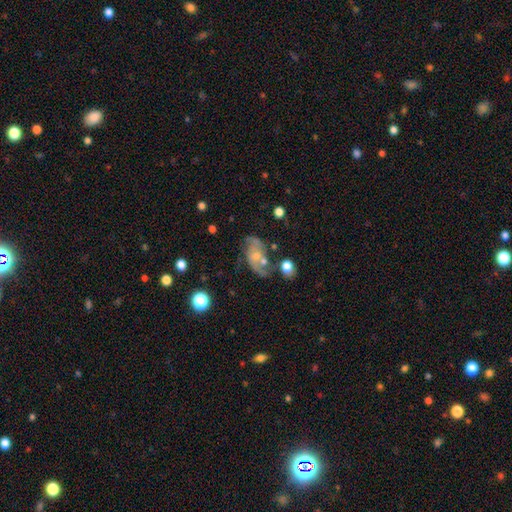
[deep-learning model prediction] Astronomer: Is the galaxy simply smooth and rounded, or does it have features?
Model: featured or disk — 71%.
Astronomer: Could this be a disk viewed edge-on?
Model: no — 96%.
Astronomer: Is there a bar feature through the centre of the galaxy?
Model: no — 68%.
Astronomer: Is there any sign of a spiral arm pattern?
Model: yes — 85%.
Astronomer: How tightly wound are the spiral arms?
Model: loose — 45% (runner-up: medium, 40%).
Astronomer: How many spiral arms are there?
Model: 2 — 80%.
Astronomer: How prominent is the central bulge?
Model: small — 59%.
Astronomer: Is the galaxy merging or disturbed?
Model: none — 46% (runner-up: minor disturbance, 22%).